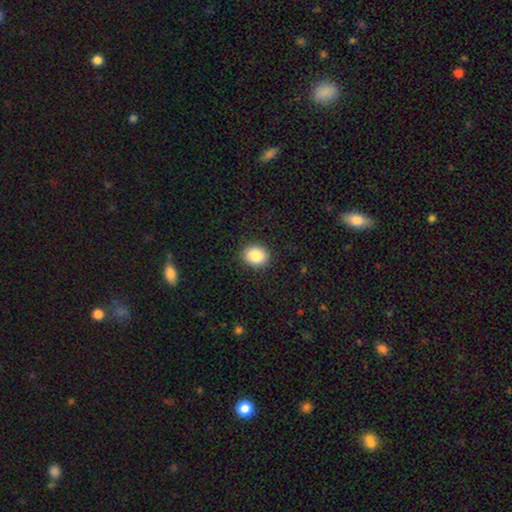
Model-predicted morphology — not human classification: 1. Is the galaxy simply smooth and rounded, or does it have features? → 86% smooth, 9% star or artifact, 5% featured or disk.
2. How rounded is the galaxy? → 60% round, 39% in between, 1% cigar-shaped.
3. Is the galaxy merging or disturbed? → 90% none, 7% minor disturbance, 2% major disturbance, 1% merger.